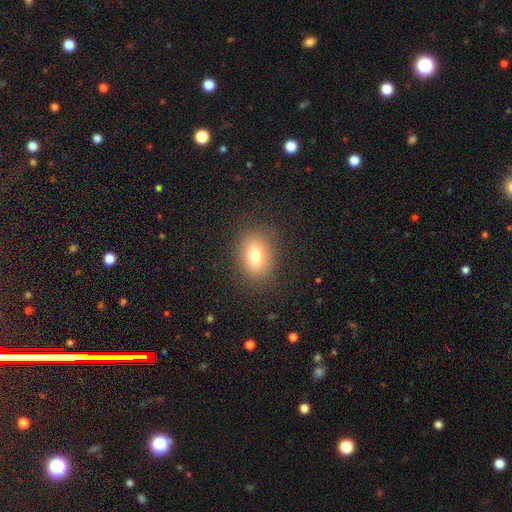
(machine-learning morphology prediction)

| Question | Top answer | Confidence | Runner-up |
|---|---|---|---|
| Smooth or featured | smooth | 76% | star or artifact (12%) |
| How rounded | in between | 64% | round (34%) |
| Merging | none | 85% | minor disturbance (9%) |